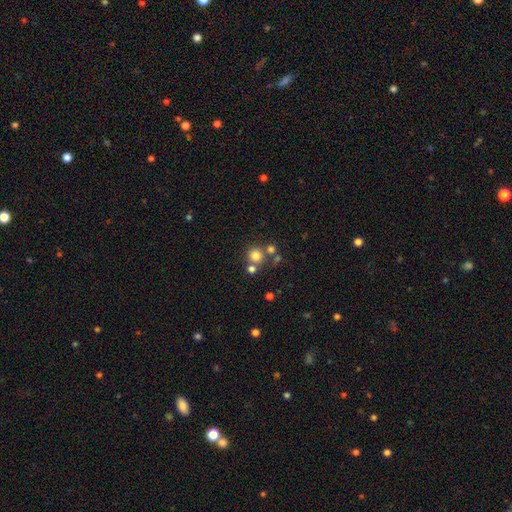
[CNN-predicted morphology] This is likely a smooth galaxy (76%). How rounded: clearly round (91%). Merging: likely none (65%).